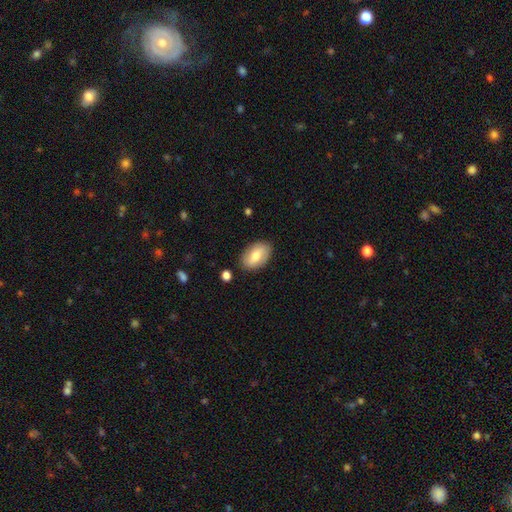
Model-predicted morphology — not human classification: Smooth or featured: smooth — 74% (featured or disk — 20%)
How rounded: in between — 92% (round — 7%)
Merging: none — 85% (minor disturbance — 11%)